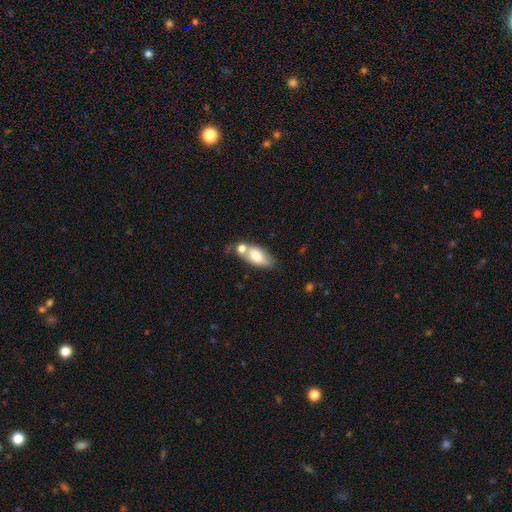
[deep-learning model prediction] The model was most divided on "merging": merger: 41%, none: 38%, minor disturbance: 15%, major disturbance: 6%. More confident: how rounded — in between (86%); smooth or featured — smooth (71%).